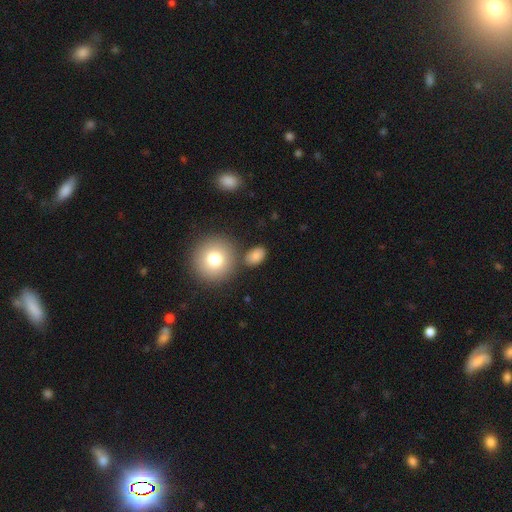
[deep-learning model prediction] smooth 83%, star or artifact 9%, featured or disk 8%. Down the decision tree: how rounded — in between (71%); merging — none (75%).